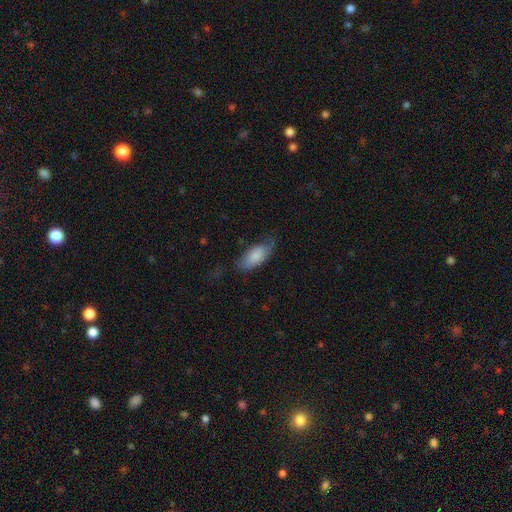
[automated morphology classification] This is likely a smooth galaxy (80%). How rounded: clearly in between (87%). Merging: possibly none (55%).